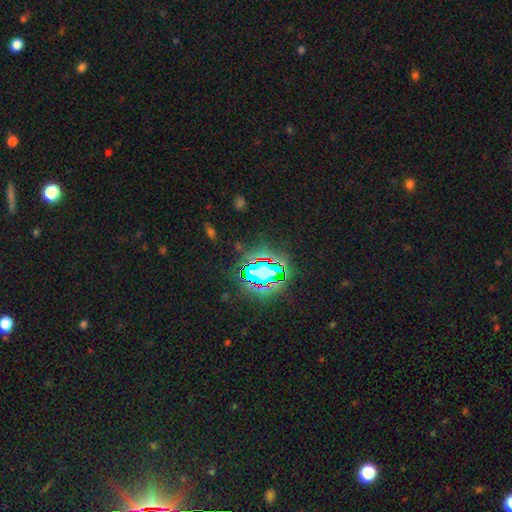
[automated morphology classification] smooth-or-featured: star or artifact: 69% | smooth: 19% | featured or disk: 11%